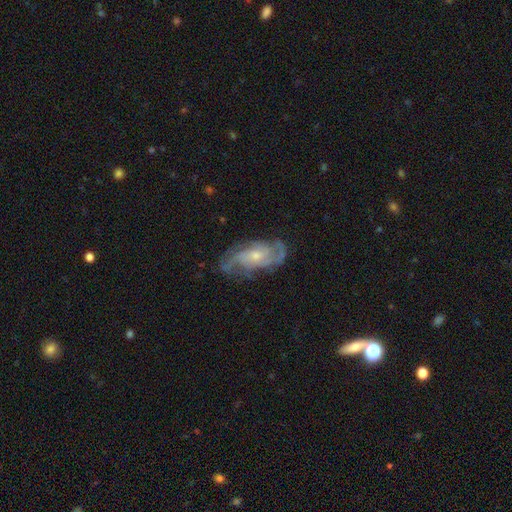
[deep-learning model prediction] smooth-or-featured: featured or disk: 85% | smooth: 9% | star or artifact: 6%
  disk-edge-on: no: 95% | yes: 5%
    bar: no: 69% | weak: 26% | strong: 5%
    has-spiral-arms: yes: 95% | no: 5%
      spiral-winding: medium: 45% | tight: 39% | loose: 16%
      spiral-arm-count: 2: 43% | 3: 22% | can't tell: 19% | 4: 7% | 1: 4% | more than 4: 4%
    bulge-size: small: 58% | moderate: 37% | none: 3% | large: 2% | dominant: 1%
  merging: none: 70% | minor disturbance: 20% | major disturbance: 9% | merger: 1%